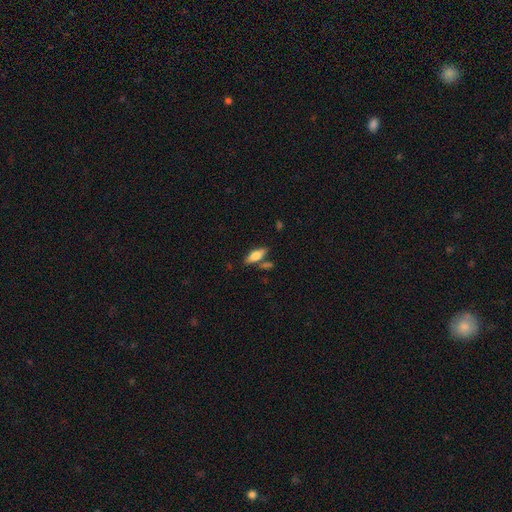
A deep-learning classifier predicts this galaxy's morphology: A smooth galaxy with no disk features (71%) that is in between round and cigar-shaped (71%).

Vote fractions:
- Smooth or featured? smooth: 71% / featured or disk: 22% / star or artifact: 7%
- How rounded? in between: 71% / cigar-shaped: 26% / round: 3%
- Merging? none: 71% / minor disturbance: 14% / merger: 12% / major disturbance: 4%